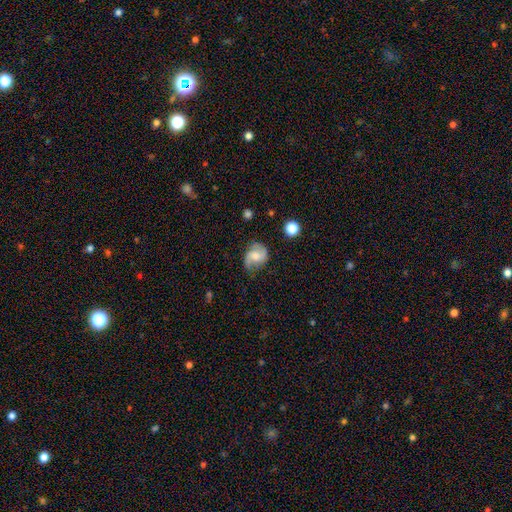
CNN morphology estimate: This is likely a featured or disk galaxy (72%). It is clearly not viewed edge-on (98%). Bar: possibly no (48%). Spiral arm pattern: clearly yes (94%). Spiral arm count: clearly 2 (89%). Spiral winding: possibly loose (47%). Central bulge: possibly moderate (51%). Merging: likely none (70%).